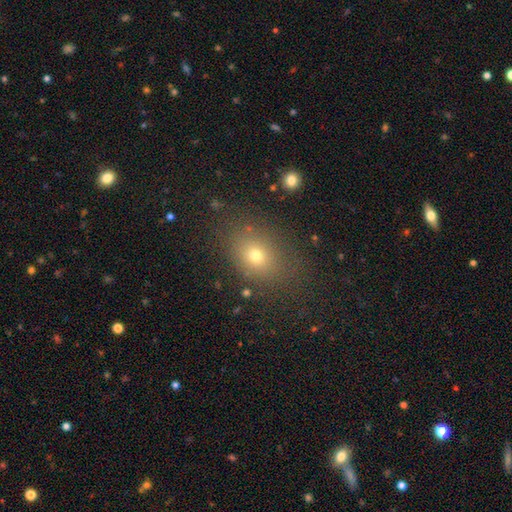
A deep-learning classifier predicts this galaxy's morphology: Smooth or featured: smooth — 70% (star or artifact — 18%)
How rounded: in between — 59% (round — 40%)
Merging: none — 77% (minor disturbance — 14%)